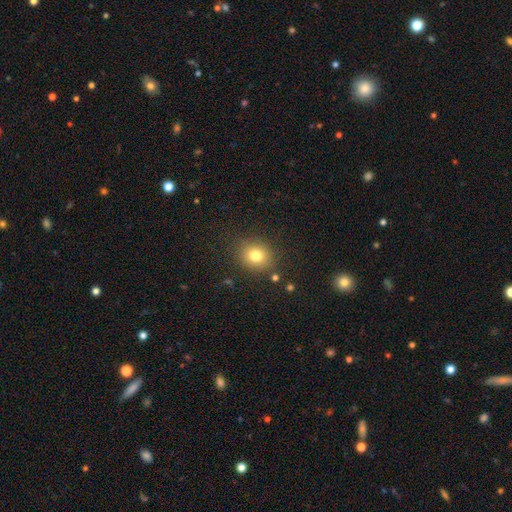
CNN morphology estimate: Smooth or featured?
  - smooth: 79% *
  - star or artifact: 13%
  - featured or disk: 9%
How rounded?
  - round: 73% *
  - in between: 26%
  - cigar-shaped: 1%
Merging?
  - none: 85% *
  - minor disturbance: 10%
  - major disturbance: 3%
  - merger: 2%